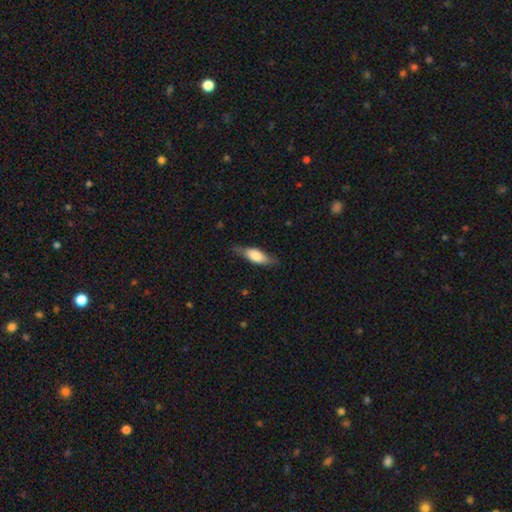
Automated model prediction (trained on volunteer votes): Smooth or featured? smooth (65%)
How rounded? in between (64%)
Merging? none (71%)